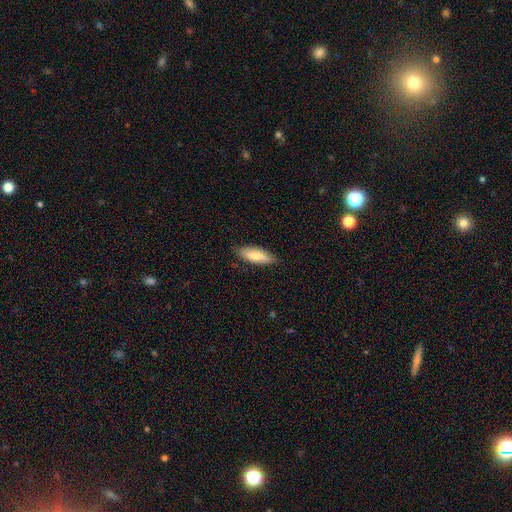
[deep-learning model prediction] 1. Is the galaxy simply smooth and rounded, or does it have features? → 74% smooth, 20% featured or disk, 6% star or artifact.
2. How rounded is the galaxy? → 71% in between, 28% cigar-shaped, 2% round.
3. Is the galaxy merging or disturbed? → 82% none, 15% minor disturbance, 2% major disturbance, 1% merger.